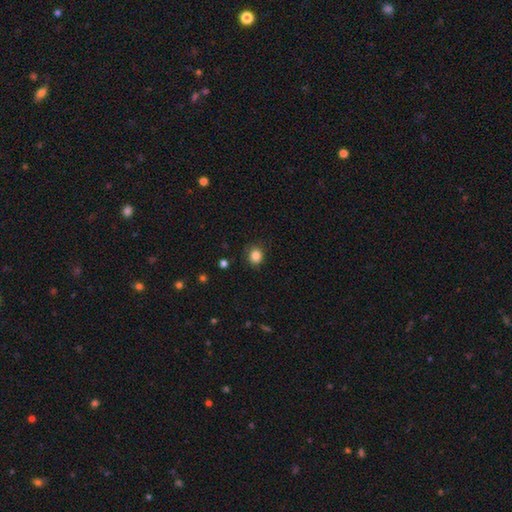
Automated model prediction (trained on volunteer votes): smooth-or-featured: smooth: 85% | star or artifact: 11% | featured or disk: 4%
  how-rounded: round: 79% | in between: 21% | cigar-shaped: 1%
  merging: none: 84% | minor disturbance: 12% | major disturbance: 3% | merger: 1%